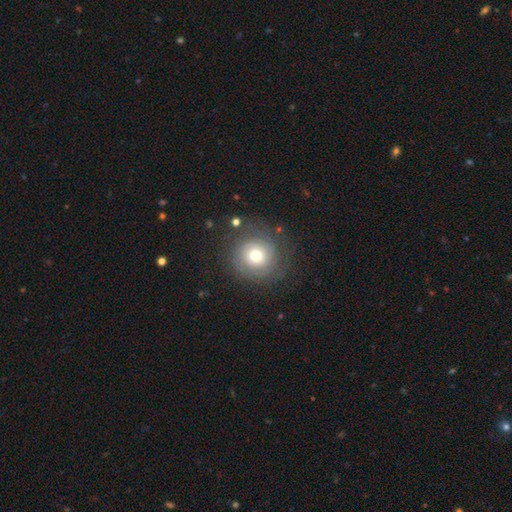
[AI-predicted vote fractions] smooth-or-featured: smooth: 50% | featured or disk: 40% | star or artifact: 10%
  merging: none: 76% | minor disturbance: 13% | major disturbance: 9% | merger: 2%